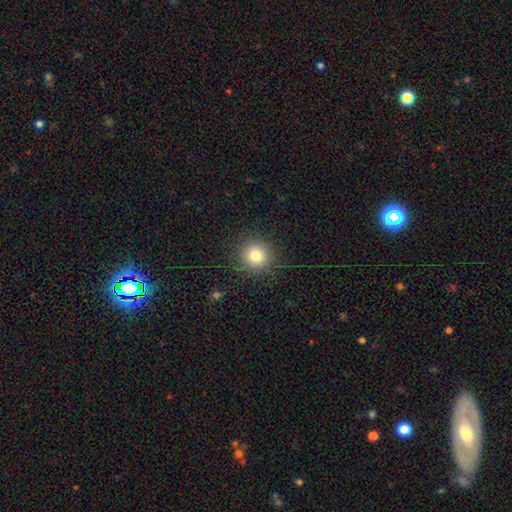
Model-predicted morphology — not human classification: type=smooth (82%); roundness=round (92%); merging=none (89%).